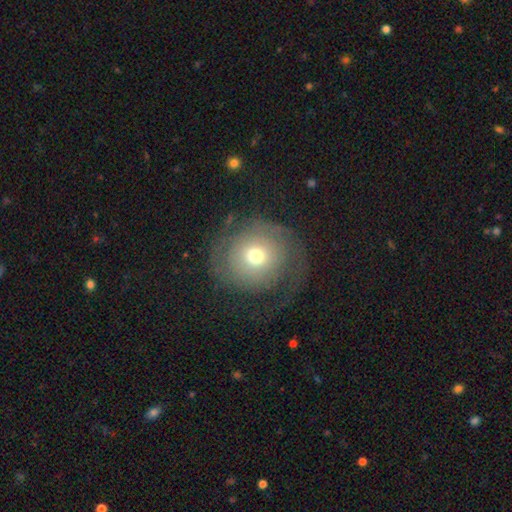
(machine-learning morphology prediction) featured or disk 56%, smooth 34%, star or artifact 10%. Down the decision tree: edge-on disk — no (97%); bar — no (82%); spiral arms — yes (78%); bulge size — moderate (62%); merging — none (65%).